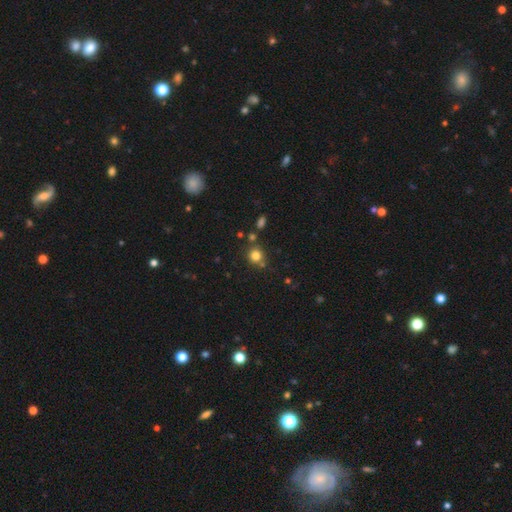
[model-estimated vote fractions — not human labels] A smooth galaxy with no disk features (80%) that is round (89%). Merging: none (73%).